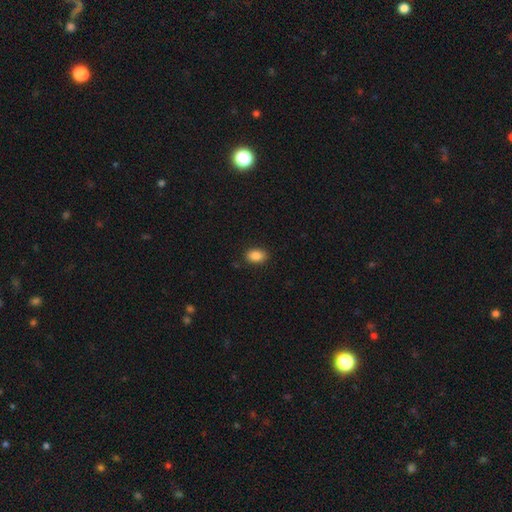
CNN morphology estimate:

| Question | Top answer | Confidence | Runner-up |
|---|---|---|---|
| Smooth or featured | smooth | 88% | star or artifact (8%) |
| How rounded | in between | 87% | round (12%) |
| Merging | none | 88% | minor disturbance (8%) |